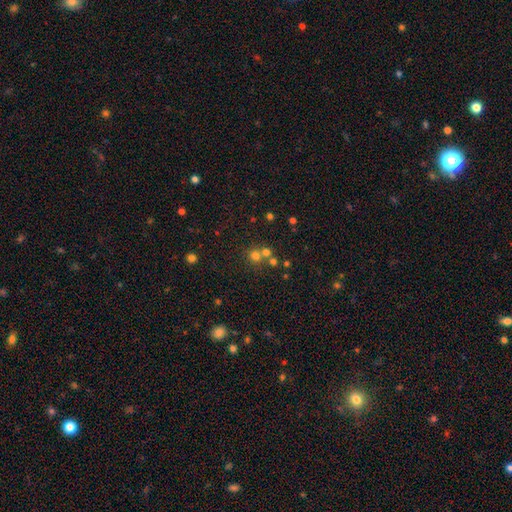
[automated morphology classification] Smooth or featured? Predicted: smooth (p=0.68). How rounded? Predicted: round (p=0.88). Merging? Predicted: none (p=0.55).